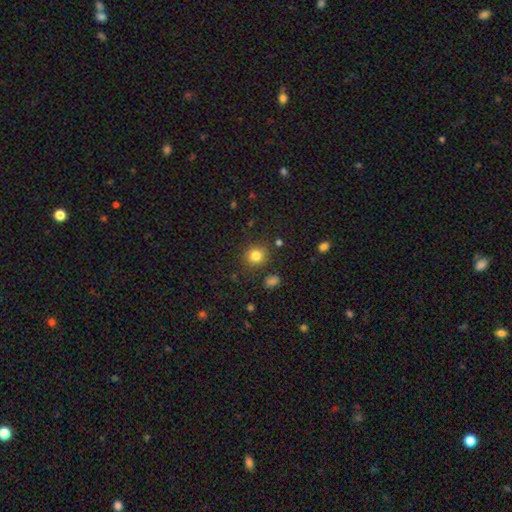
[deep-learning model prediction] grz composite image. It shows a smooth galaxy with no disk features (82%) that is round (84%). Merging: none (86%).